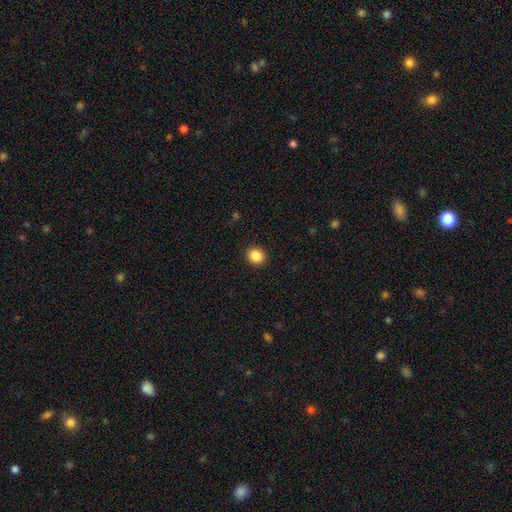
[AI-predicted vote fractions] The model was most divided on "how rounded": round: 76%, in between: 24%, cigar-shaped: 1%. More confident: merging — none (92%); smooth or featured — smooth (87%).